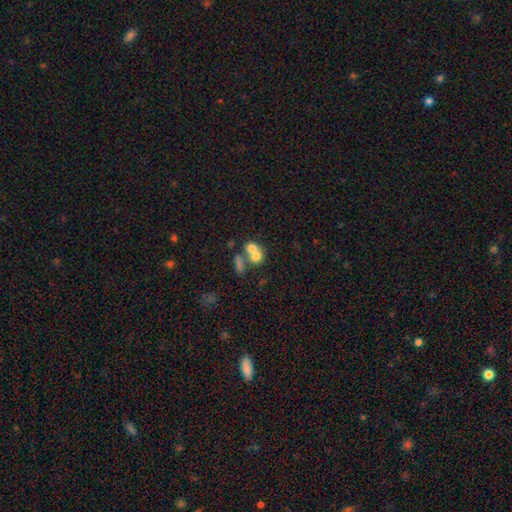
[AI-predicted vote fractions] This is likely a smooth galaxy (68%). How rounded: likely round (65%). Merging: likely merger (62%).